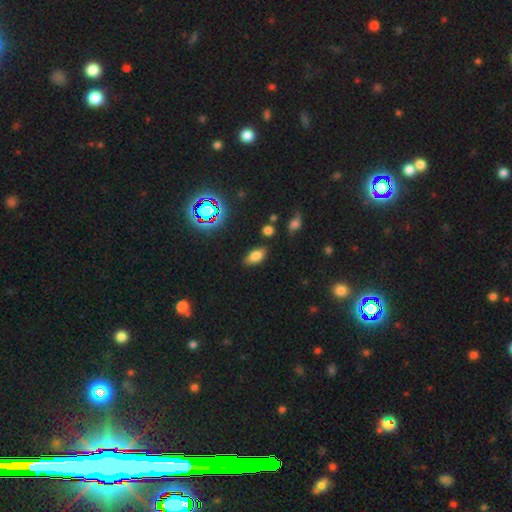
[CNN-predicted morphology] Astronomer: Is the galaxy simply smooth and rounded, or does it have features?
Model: smooth — 72%.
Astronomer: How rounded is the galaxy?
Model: in between — 88%.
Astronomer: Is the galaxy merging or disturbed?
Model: none — 80%.